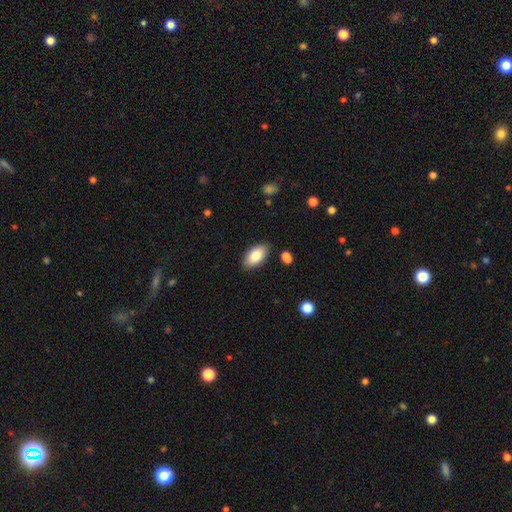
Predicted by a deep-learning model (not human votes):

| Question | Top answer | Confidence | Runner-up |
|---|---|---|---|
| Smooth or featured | smooth | 83% | featured or disk (10%) |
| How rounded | in between | 94% | round (3%) |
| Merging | none | 85% | minor disturbance (11%) |